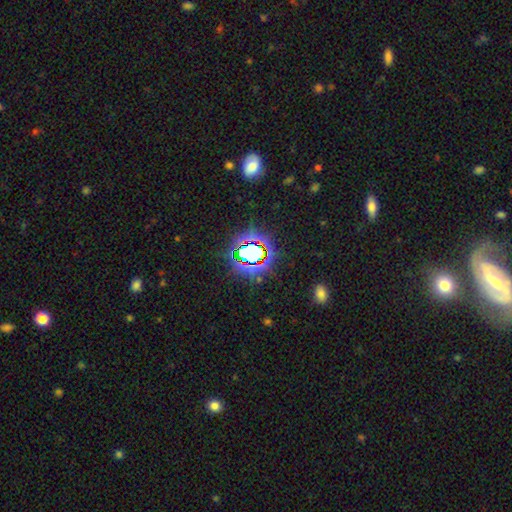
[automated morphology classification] star or artifact 69%, smooth 20%, featured or disk 11%.